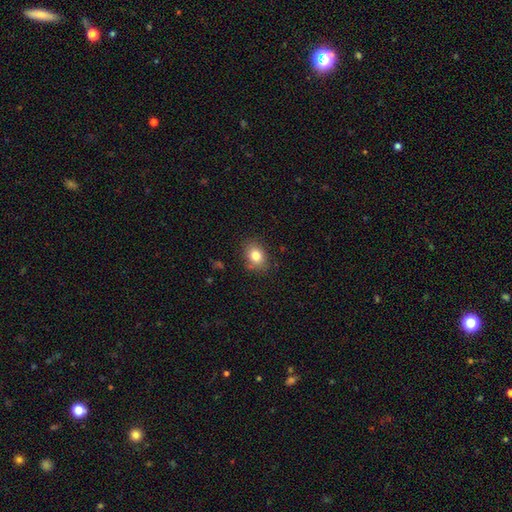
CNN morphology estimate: This is clearly a smooth galaxy (82%). How rounded: likely in between (64%). Merging: clearly none (82%).